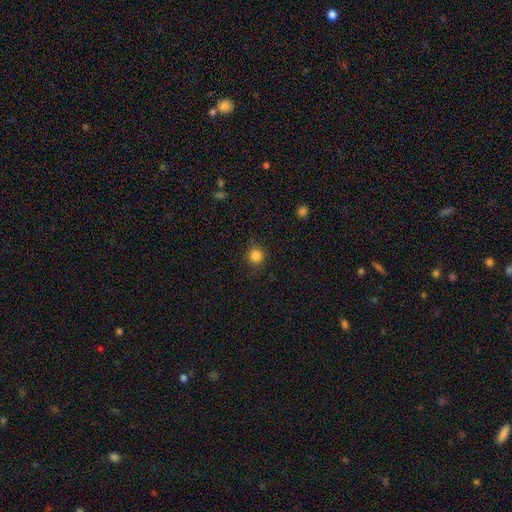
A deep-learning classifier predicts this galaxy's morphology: Smooth or featured? Predicted: smooth (p=0.84). How rounded? Predicted: round (p=0.93). Merging? Predicted: none (p=0.87).